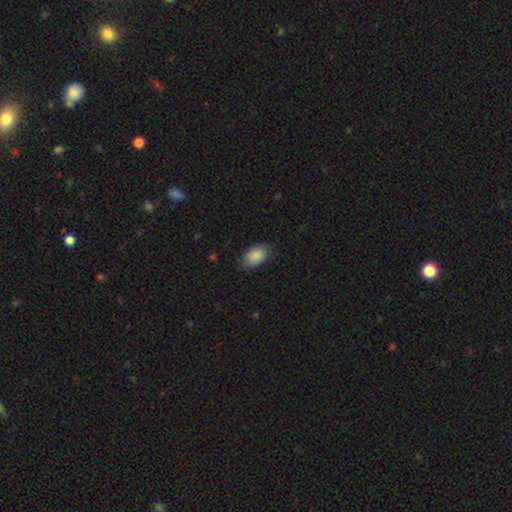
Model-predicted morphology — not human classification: Q: Smooth or featured?
A: smooth (88%); runner-up: star or artifact (6%)
Q: How rounded?
A: in between (91%); runner-up: round (8%)
Q: Merging?
A: none (79%); runner-up: minor disturbance (16%)